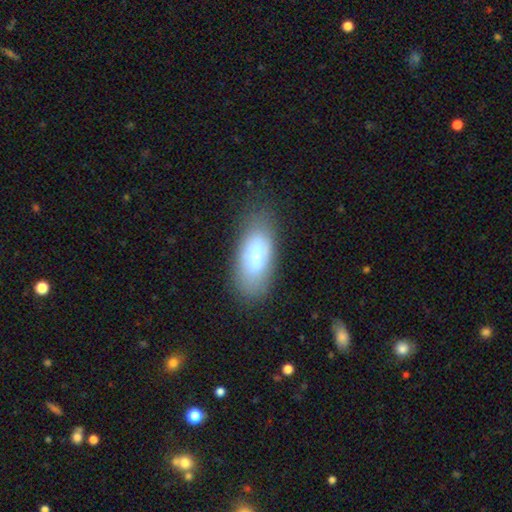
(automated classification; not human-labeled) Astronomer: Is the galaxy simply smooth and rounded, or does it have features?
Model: smooth — 73%.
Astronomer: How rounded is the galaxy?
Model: in between — 86%.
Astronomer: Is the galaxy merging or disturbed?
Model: none — 78%.